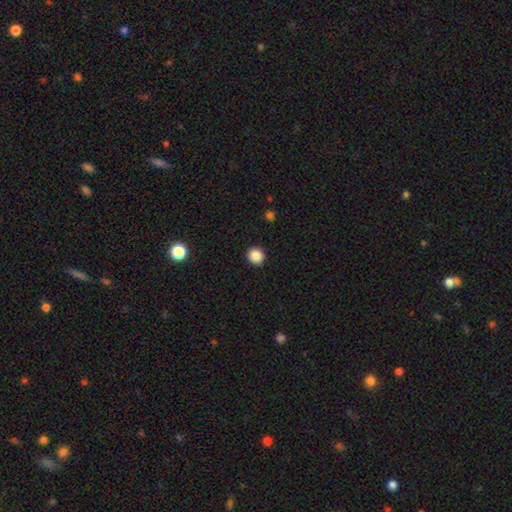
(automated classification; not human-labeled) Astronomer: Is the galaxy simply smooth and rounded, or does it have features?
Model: smooth — 87%.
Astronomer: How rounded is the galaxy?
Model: round — 93%.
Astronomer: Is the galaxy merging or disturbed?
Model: none — 92%.